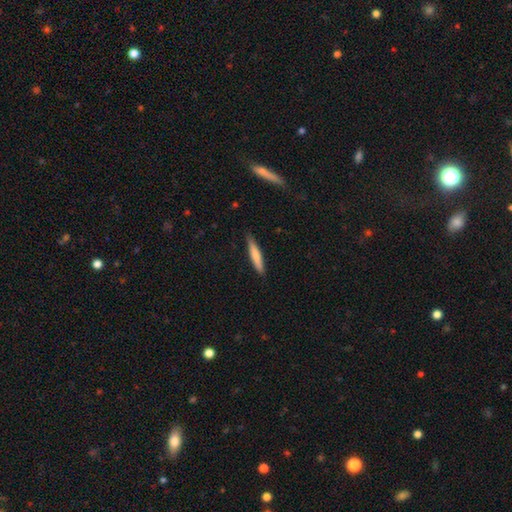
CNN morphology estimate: Q: Smooth or featured?
A: smooth (74%); runner-up: featured or disk (21%)
Q: How rounded?
A: cigar-shaped (92%); runner-up: in between (7%)
Q: Merging?
A: none (86%); runner-up: minor disturbance (11%)